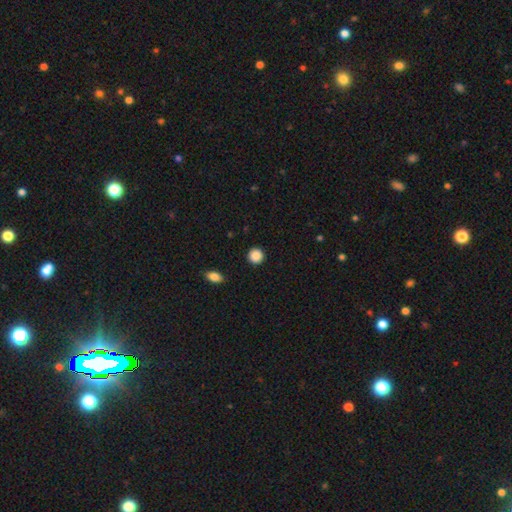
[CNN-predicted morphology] This is clearly a smooth galaxy (88%). How rounded: clearly round (94%). Merging: clearly none (92%).